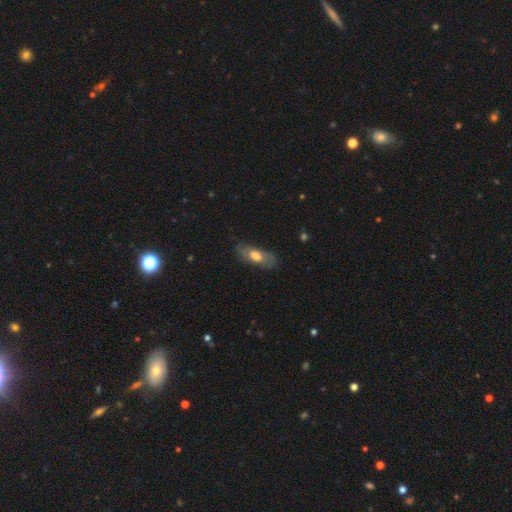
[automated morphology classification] smooth_or_featured: smooth (p=0.53) [alt: featured or disk p=0.40]
how_rounded: in between (p=0.75) [alt: cigar-shaped p=0.22]
merging: none (p=0.66) [alt: minor disturbance p=0.23]